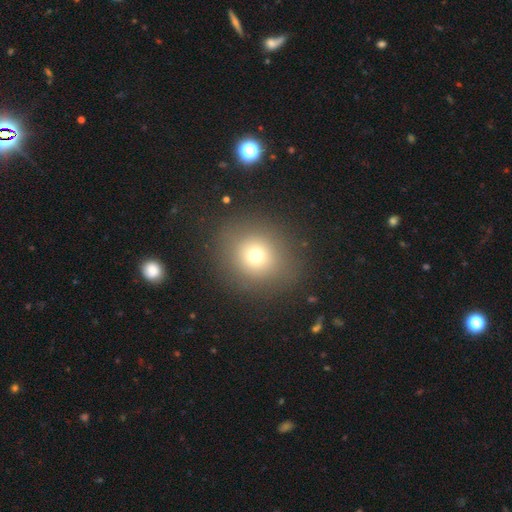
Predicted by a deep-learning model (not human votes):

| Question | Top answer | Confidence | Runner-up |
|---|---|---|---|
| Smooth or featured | smooth | 71% | star or artifact (17%) |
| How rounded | round | 85% | in between (14%) |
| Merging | none | 86% | minor disturbance (8%) |